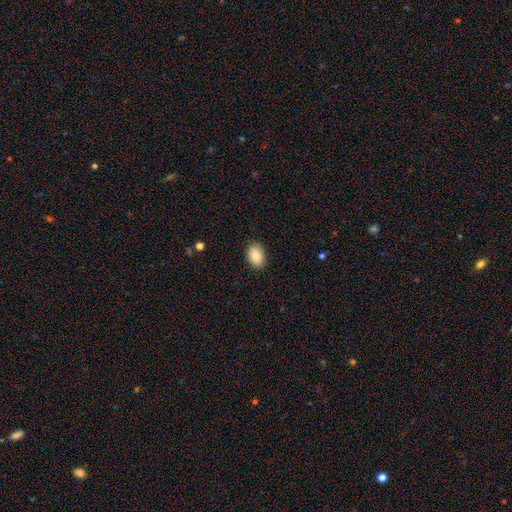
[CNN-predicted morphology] smooth_or_featured: smooth (p=0.89) [alt: star or artifact p=0.07]
how_rounded: in between (p=0.87) [alt: round p=0.12]
merging: none (p=0.88) [alt: minor disturbance p=0.09]